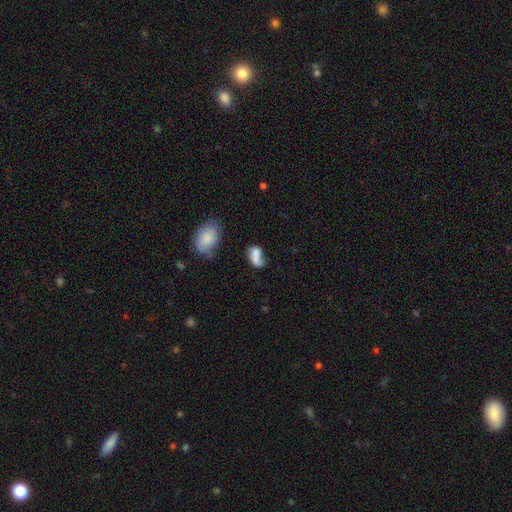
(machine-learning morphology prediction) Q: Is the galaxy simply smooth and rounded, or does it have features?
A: smooth — 67%.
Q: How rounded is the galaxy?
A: in between — 85%.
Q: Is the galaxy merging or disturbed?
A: none — 36%.